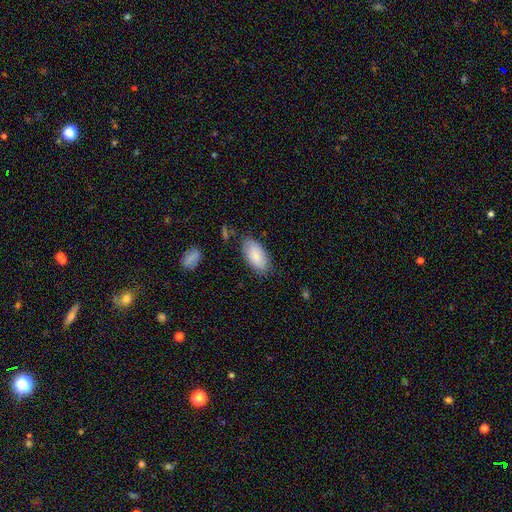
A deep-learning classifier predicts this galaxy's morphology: This appears to be a smooth galaxy with no disk features (82%) that is in between round and cigar-shaped (94%). Merging: none (79%).